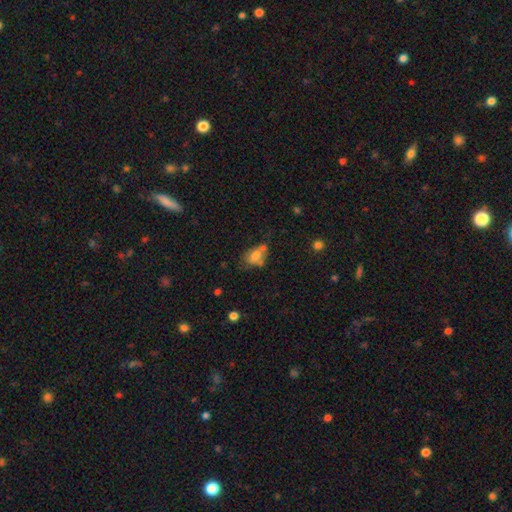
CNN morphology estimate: Smooth or featured? Predicted: smooth (p=0.64). How rounded? Predicted: in between (p=0.80). Merging? Predicted: none (p=0.34).